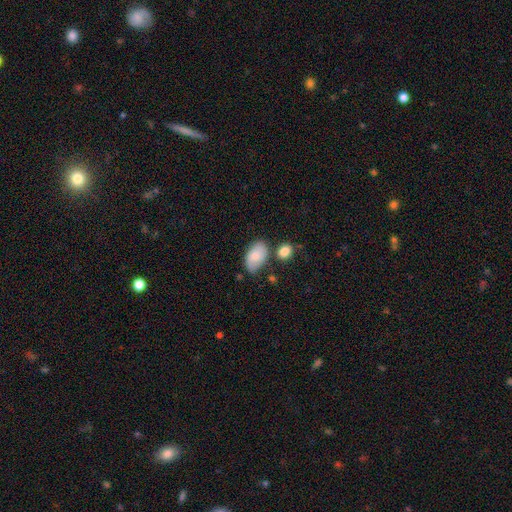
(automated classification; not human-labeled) This is likely a smooth galaxy (80%). How rounded: clearly in between (93%). Merging: likely none (62%).